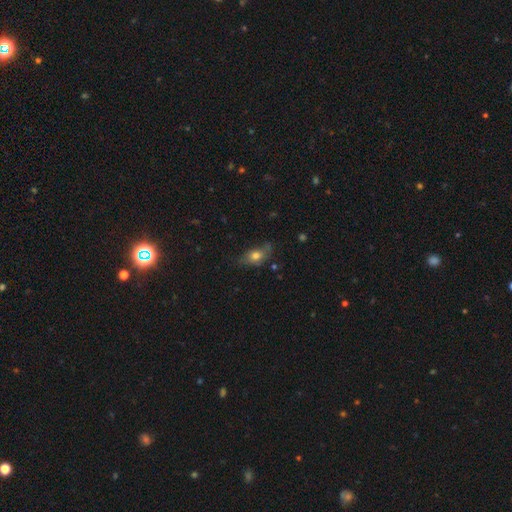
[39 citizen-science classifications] Volunteers were most divided on "merging": none: 63%, minor disturbance: 23%, major disturbance: 11%, merger: 3%. More confident: how rounded — in between (73%); smooth or featured — smooth (67%).